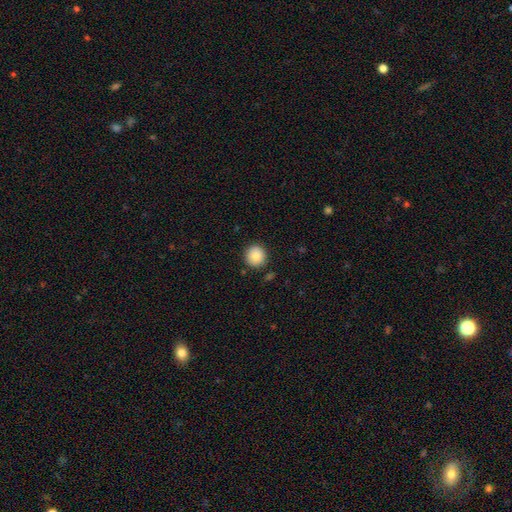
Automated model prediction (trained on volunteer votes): A smooth galaxy with no disk features (85%) that is round (93%).

Vote fractions:
- Smooth or featured? smooth: 85% / star or artifact: 8% / featured or disk: 7%
- How rounded? round: 93% / in between: 6% / cigar-shaped: 1%
- Merging? none: 89% / minor disturbance: 7% / major disturbance: 2% / merger: 2%